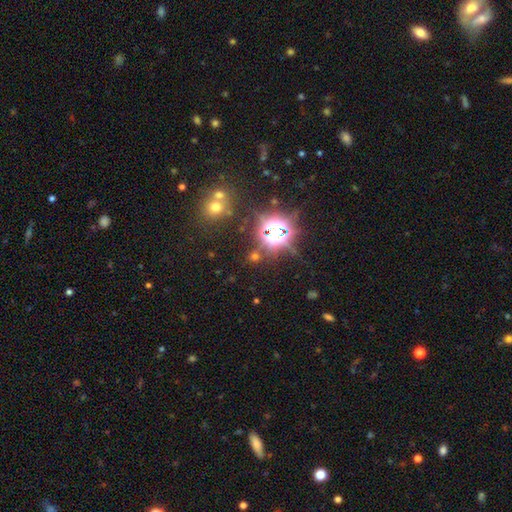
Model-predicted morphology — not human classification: Smooth or featured? Predicted: star or artifact (p=0.74).